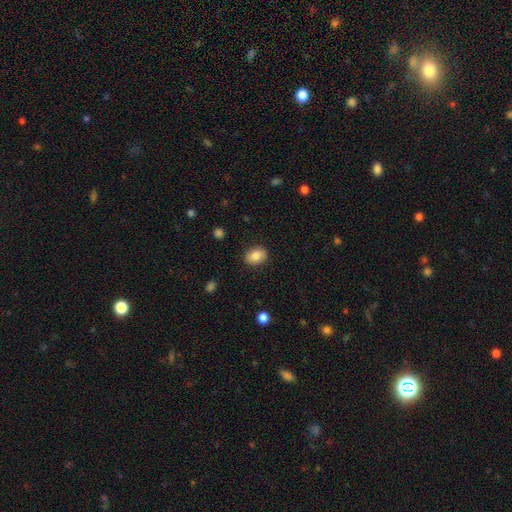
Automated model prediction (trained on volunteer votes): This is clearly a smooth galaxy (85%). How rounded: likely in between (67%). Merging: clearly none (87%).